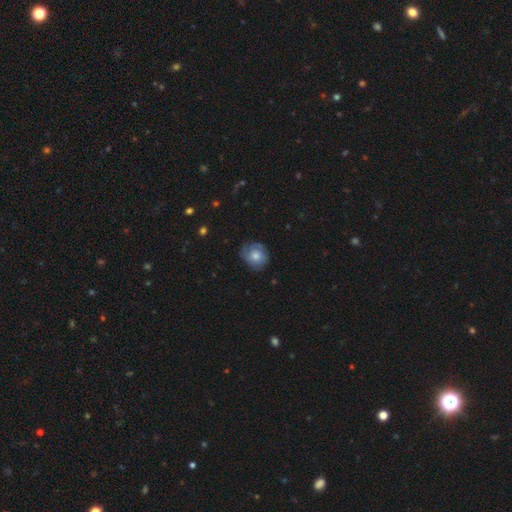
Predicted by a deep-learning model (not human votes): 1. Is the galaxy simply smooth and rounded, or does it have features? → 58% smooth, 34% featured or disk, 8% star or artifact.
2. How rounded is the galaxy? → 78% round, 21% in between, 1% cigar-shaped.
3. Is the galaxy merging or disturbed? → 70% none, 22% minor disturbance, 7% major disturbance, 1% merger.